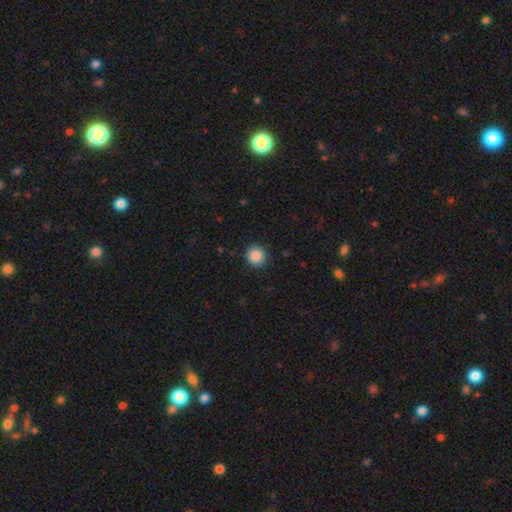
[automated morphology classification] smooth 88%, star or artifact 9%, featured or disk 3%. Down the decision tree: how rounded — round (92%); merging — none (91%).